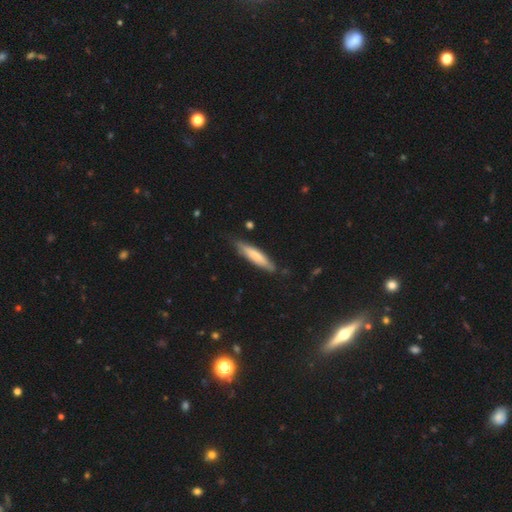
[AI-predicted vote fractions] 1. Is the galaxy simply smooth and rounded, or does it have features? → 67% smooth, 28% featured or disk, 5% star or artifact.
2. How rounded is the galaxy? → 82% cigar-shaped, 17% in between, 1% round.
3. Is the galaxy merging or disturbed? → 77% none, 18% minor disturbance, 3% major disturbance, 2% merger.